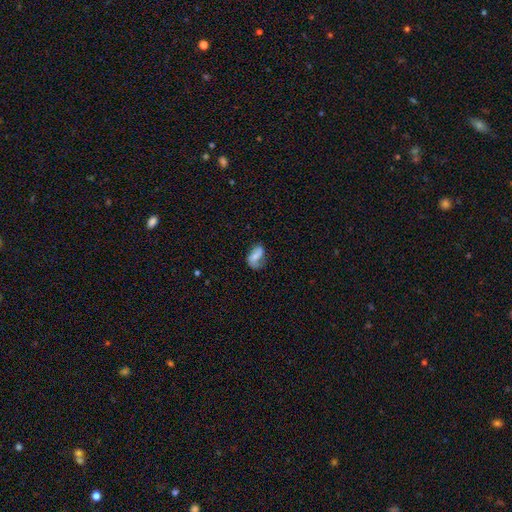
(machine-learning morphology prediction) Smooth or featured: smooth — 48% (featured or disk — 43%)
Merging: none — 48% (minor disturbance — 29%)